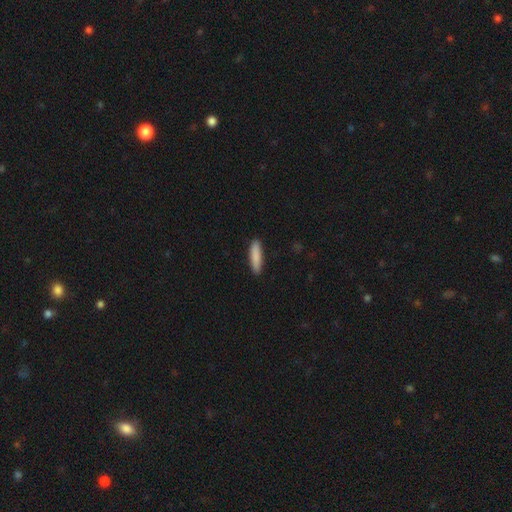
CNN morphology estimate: type=smooth (87%); roundness=cigar-shaped (78%); merging=none (90%).